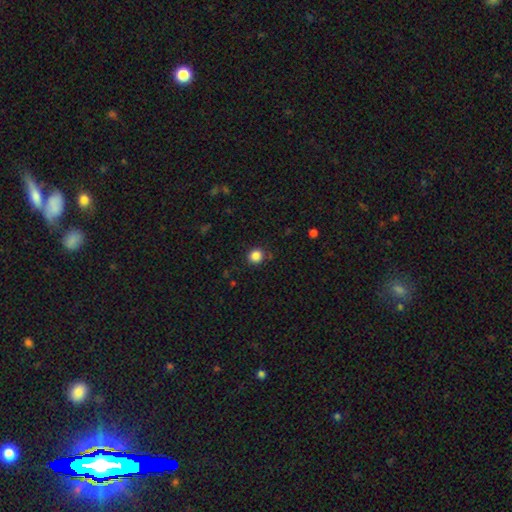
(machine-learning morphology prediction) Smooth or featured? smooth (85%)
How rounded? round (89%)
Merging? none (88%)